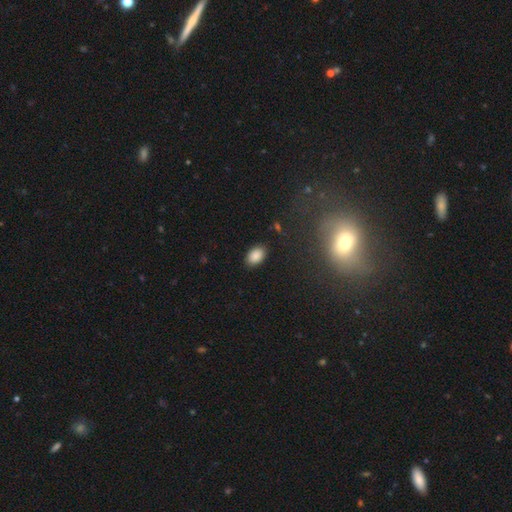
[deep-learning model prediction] Q: Smooth or featured?
A: smooth (87%); runner-up: star or artifact (9%)
Q: How rounded?
A: in between (89%); runner-up: round (10%)
Q: Merging?
A: none (88%); runner-up: minor disturbance (9%)